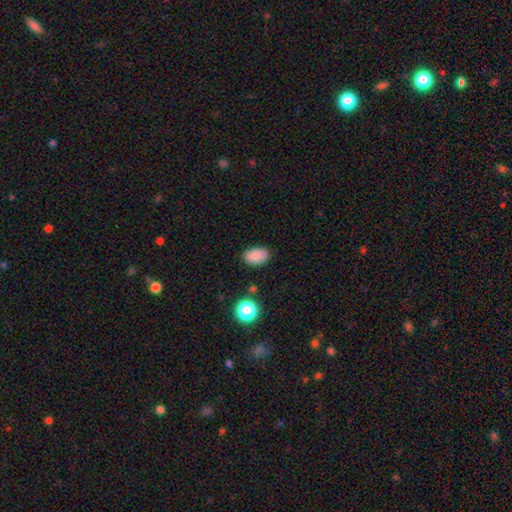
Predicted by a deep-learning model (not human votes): smooth_or_featured: smooth (p=0.87) [alt: star or artifact p=0.10]
how_rounded: in between (p=0.91) [alt: round p=0.08]
merging: none (p=0.86) [alt: minor disturbance p=0.10]